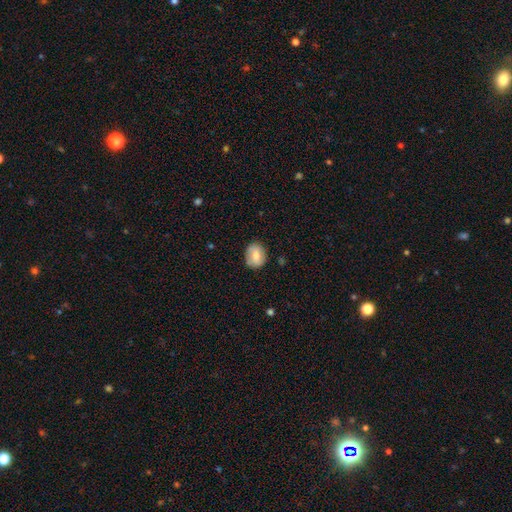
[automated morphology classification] smooth-or-featured: smooth: 73% | featured or disk: 20% | star or artifact: 7%
  how-rounded: round: 54% | in between: 45% | cigar-shaped: 1%
  merging: none: 79% | minor disturbance: 16% | major disturbance: 4% | merger: 1%